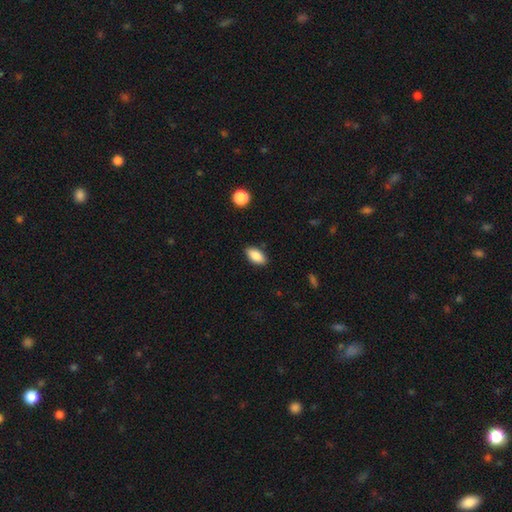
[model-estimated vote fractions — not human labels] This is clearly a smooth galaxy (87%). How rounded: clearly in between (91%). Merging: clearly none (88%).